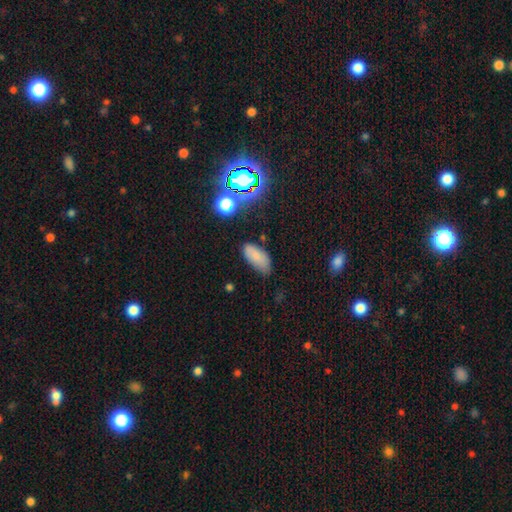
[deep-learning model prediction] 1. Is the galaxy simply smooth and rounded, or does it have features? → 76% smooth, 13% star or artifact, 12% featured or disk.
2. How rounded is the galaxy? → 91% in between, 6% cigar-shaped, 3% round.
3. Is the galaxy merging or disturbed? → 67% none, 24% minor disturbance, 6% major disturbance, 3% merger.